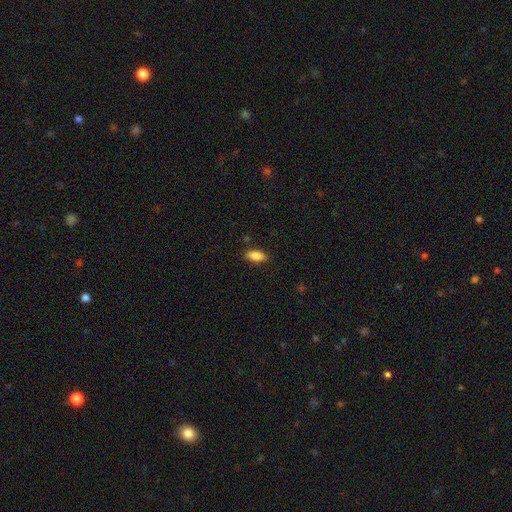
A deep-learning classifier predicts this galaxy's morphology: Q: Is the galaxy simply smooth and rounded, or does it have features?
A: smooth — 84%.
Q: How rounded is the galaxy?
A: in between — 84%.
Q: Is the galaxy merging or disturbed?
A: none — 85%.